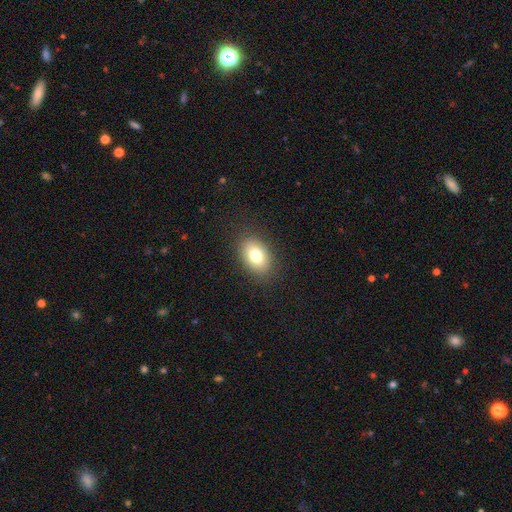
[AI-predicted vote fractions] Smooth or featured: smooth — 78% (featured or disk — 12%)
How rounded: in between — 84% (round — 15%)
Merging: none — 87% (minor disturbance — 9%)